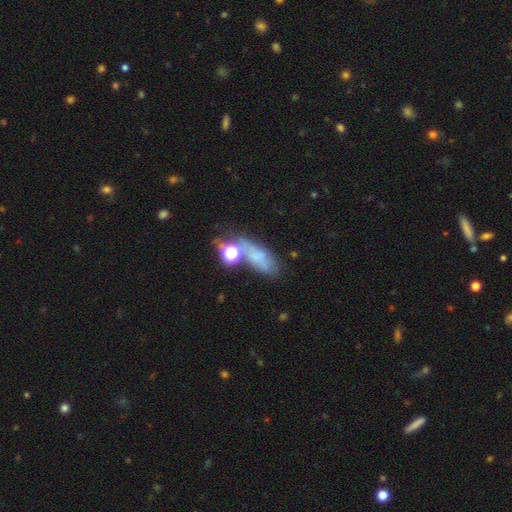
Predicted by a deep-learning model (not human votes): Morphology: type=smooth (50%); roundness=in between (58%); merging=none (44%).